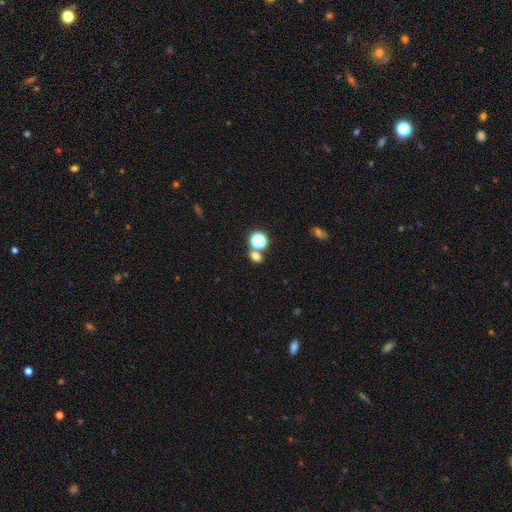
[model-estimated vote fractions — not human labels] smooth_or_featured: smooth (p=0.66) [alt: star or artifact p=0.26]
how_rounded: round (p=0.54) [alt: in between p=0.44]
merging: none (p=0.65) [alt: merger p=0.24]